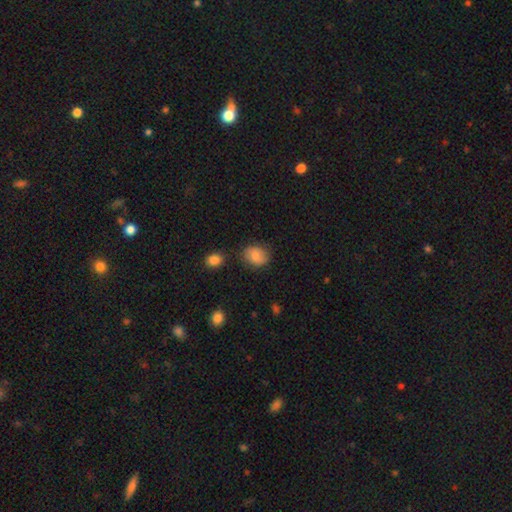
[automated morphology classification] type=smooth (79%); roundness=in between (51%); merging=none (74%).